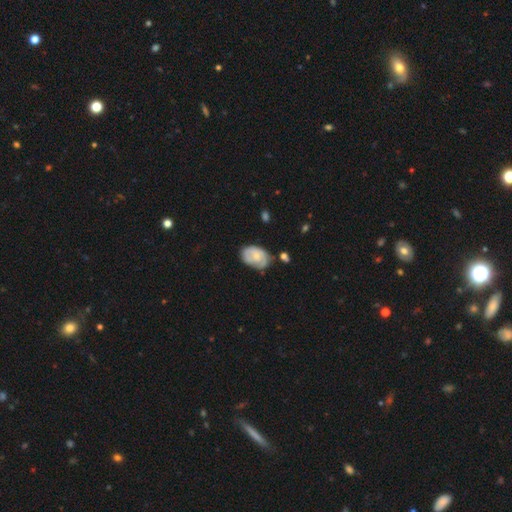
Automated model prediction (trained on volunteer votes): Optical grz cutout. It shows a featured or disk galaxy (50%). Merging: none (55%).